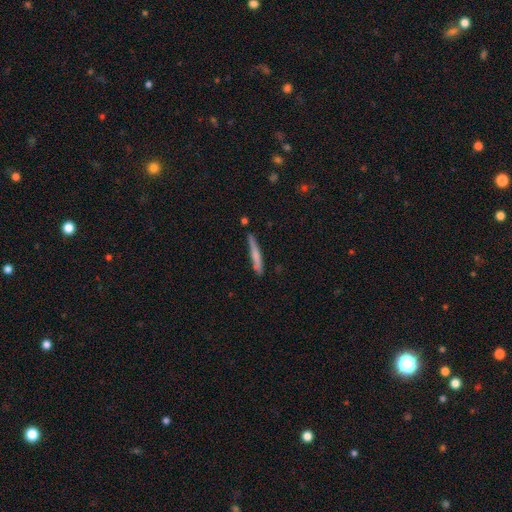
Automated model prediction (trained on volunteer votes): The model was most divided on "smooth or featured": smooth: 63%, featured or disk: 31%, star or artifact: 6%. More confident: how rounded — cigar-shaped (95%); merging — none (77%).